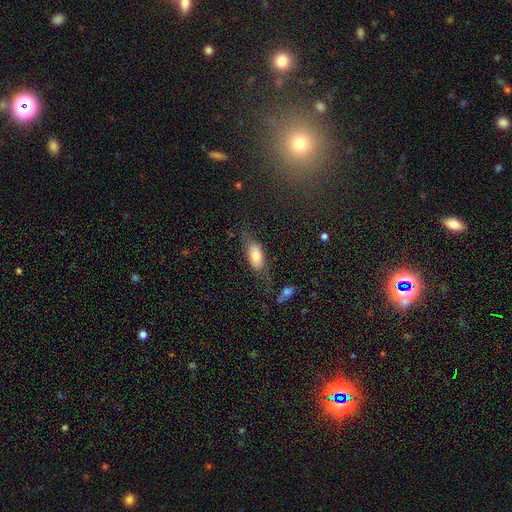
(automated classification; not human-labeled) A smooth galaxy with no disk features (73%) that is in between round and cigar-shaped (85%).

Vote fractions:
- Smooth or featured? smooth: 73% / featured or disk: 20% / star or artifact: 7%
- How rounded? in between: 85% / cigar-shaped: 12% / round: 3%
- Merging? none: 61% / minor disturbance: 22% / major disturbance: 13% / merger: 4%